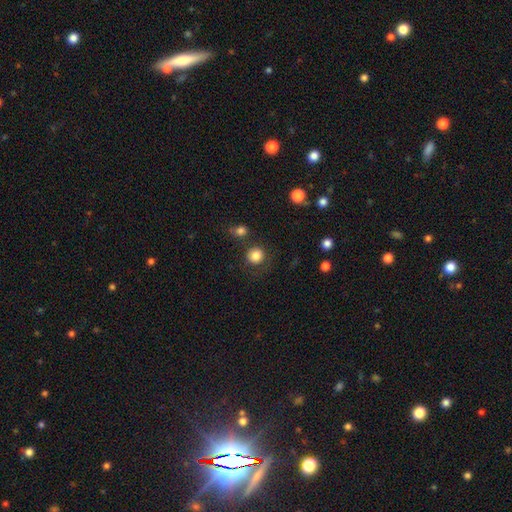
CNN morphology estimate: smooth 83%, star or artifact 11%, featured or disk 6%. Down the decision tree: how rounded — round (89%); merging — none (76%).